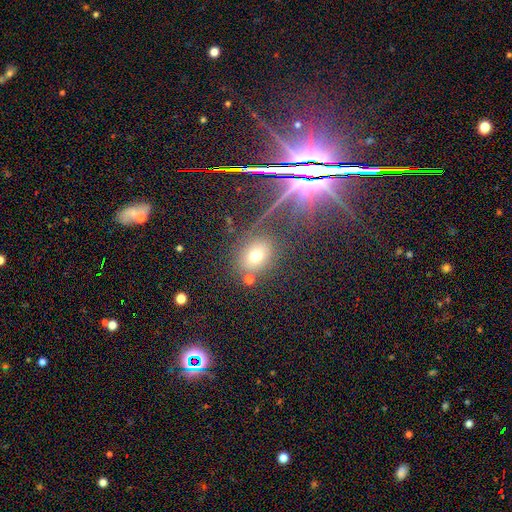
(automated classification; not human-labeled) This appears to be a smooth galaxy with no disk features (64%) that is round (57%). Merging: none (77%).